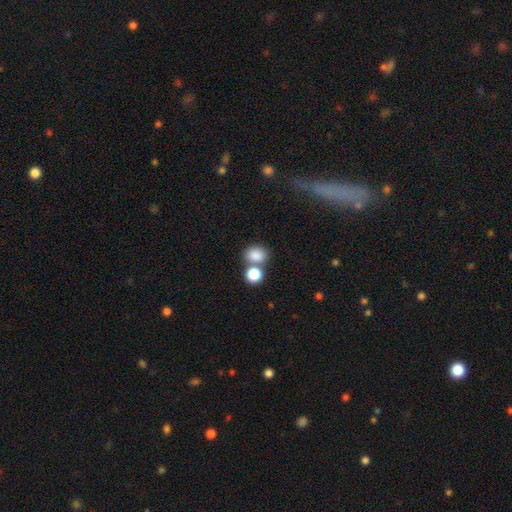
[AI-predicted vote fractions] Overall: smooth (83%). How rounded: round (60%; in between 39%). Merging: none (52%; merger 36%).